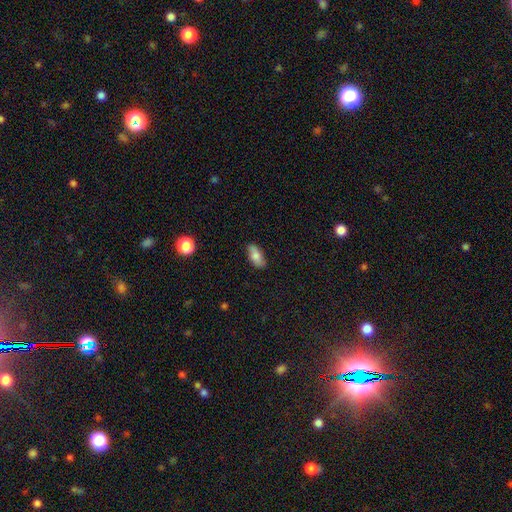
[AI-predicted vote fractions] smooth_or_featured: smooth (p=0.79) [alt: featured or disk p=0.14]
how_rounded: in between (p=0.86) [alt: cigar-shaped p=0.11]
merging: none (p=0.85) [alt: minor disturbance p=0.12]